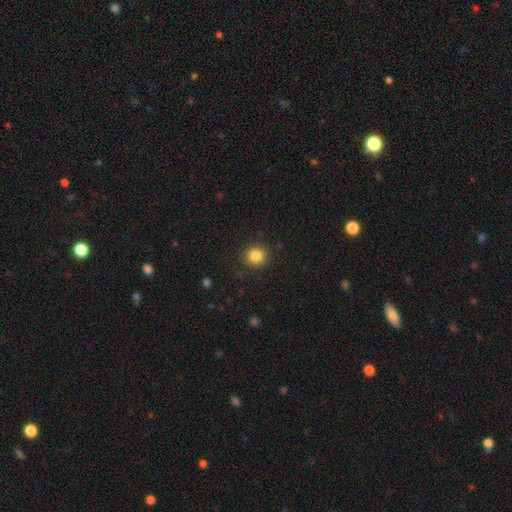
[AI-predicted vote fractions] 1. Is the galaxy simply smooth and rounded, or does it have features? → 85% smooth, 11% star or artifact, 5% featured or disk.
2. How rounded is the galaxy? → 93% round, 6% in between, 1% cigar-shaped.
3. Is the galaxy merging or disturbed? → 90% none, 6% minor disturbance, 2% major disturbance, 1% merger.